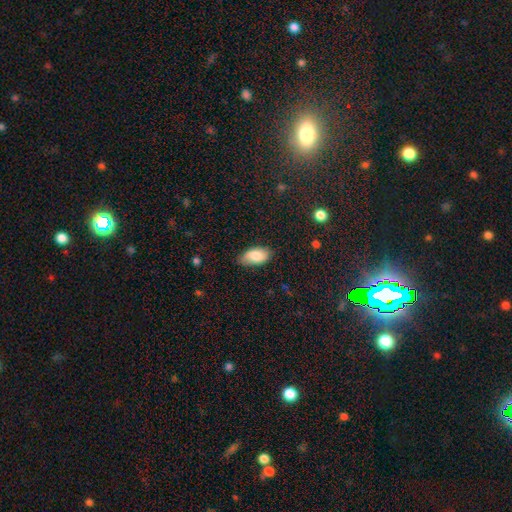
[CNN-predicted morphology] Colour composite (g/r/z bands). It shows a smooth galaxy with no disk features (82%) that is in between round and cigar-shaped (94%). Merging: none (78%).